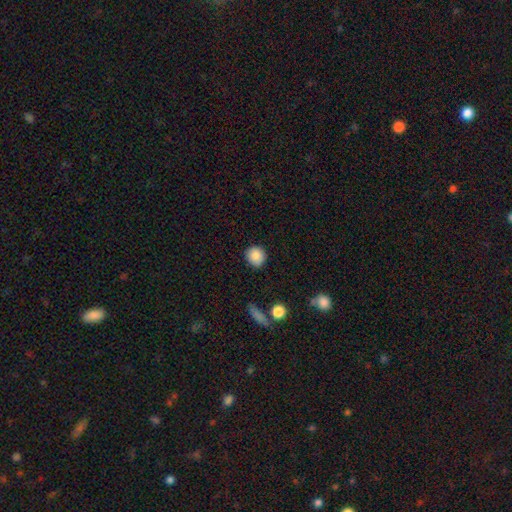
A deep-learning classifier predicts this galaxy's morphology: type=smooth (87%); roundness=round (88%); merging=none (87%).